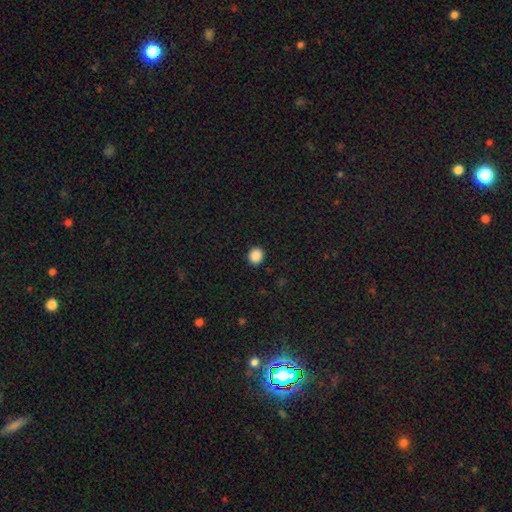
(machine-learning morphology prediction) This is clearly a smooth galaxy (88%). How rounded: likely round (79%). Merging: clearly none (92%).